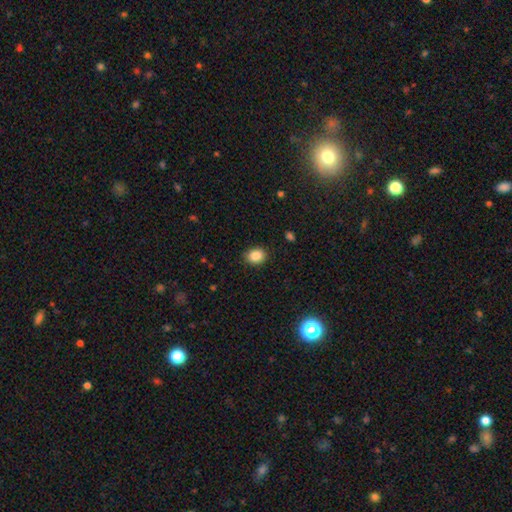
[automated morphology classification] type=smooth (87%); roundness=in between (50%, tied with round); merging=none (87%).